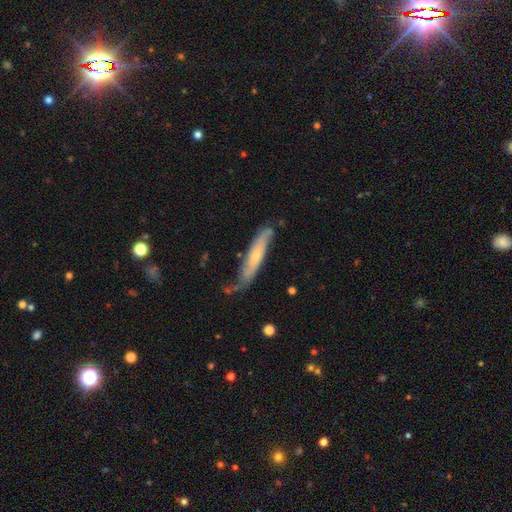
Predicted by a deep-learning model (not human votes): This appears to be a featured or disk galaxy (54%) viewed edge-on (57%). Merging: none (56%).